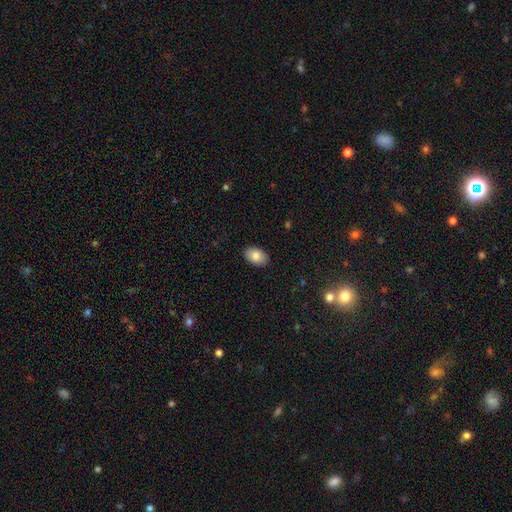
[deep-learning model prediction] Smooth or featured?
  - smooth: 84% *
  - featured or disk: 8%
  - star or artifact: 7%
How rounded?
  - in between: 90% *
  - round: 9%
  - cigar-shaped: 1%
Merging?
  - none: 89% *
  - minor disturbance: 8%
  - major disturbance: 2%
  - merger: 1%